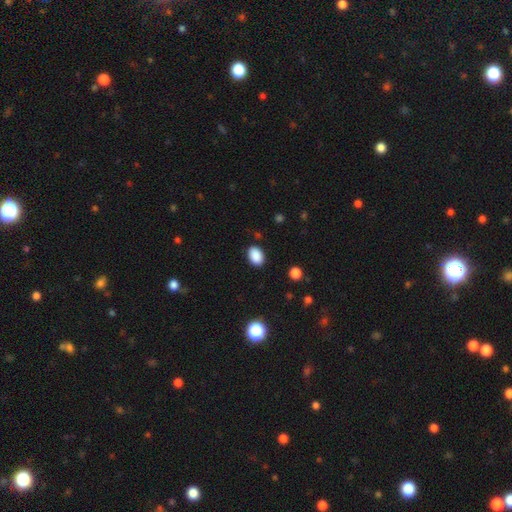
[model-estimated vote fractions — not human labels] smooth 89%, star or artifact 8%, featured or disk 3%. Down the decision tree: how rounded — in between (80%); merging — none (87%).